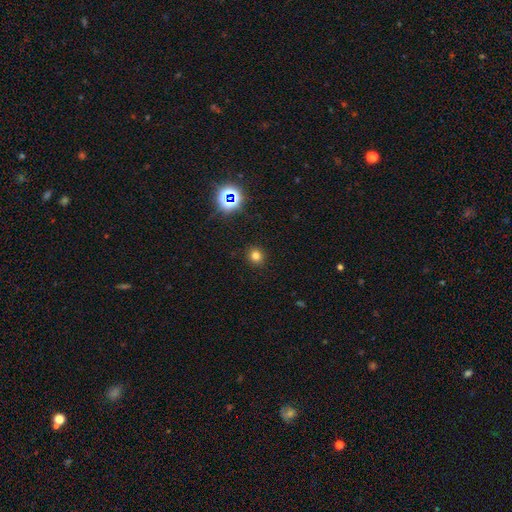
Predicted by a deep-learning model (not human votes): This is likely a smooth galaxy (76%). How rounded: clearly round (88%). Merging: clearly none (91%).